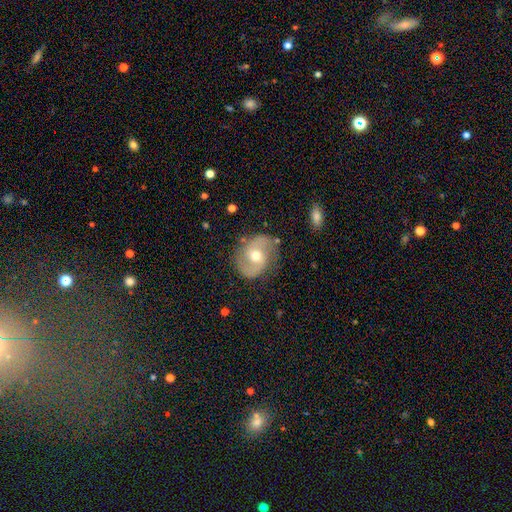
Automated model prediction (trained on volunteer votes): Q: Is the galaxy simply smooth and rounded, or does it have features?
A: featured or disk — 81%.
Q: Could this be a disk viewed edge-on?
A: no — 98%.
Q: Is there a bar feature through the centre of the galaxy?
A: no — 50%.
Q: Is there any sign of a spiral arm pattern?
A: yes — 93%.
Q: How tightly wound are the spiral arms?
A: medium — 51%.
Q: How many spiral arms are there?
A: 2 — 91%.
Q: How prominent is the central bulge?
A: moderate — 75%.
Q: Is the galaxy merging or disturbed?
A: none — 80%.